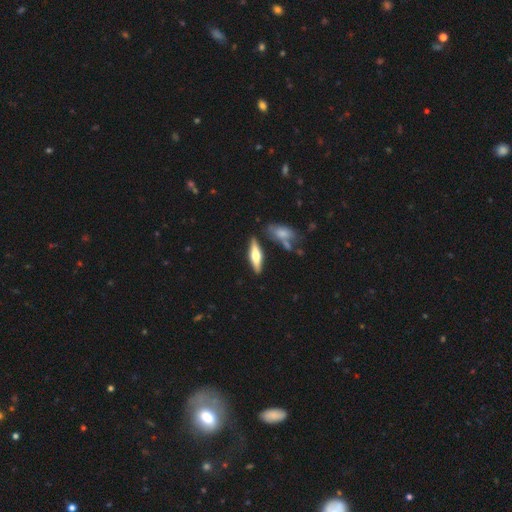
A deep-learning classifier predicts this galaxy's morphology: This is possibly a featured or disk galaxy (50%). It is clearly viewed edge-on (93%). Merging: clearly none (81%).